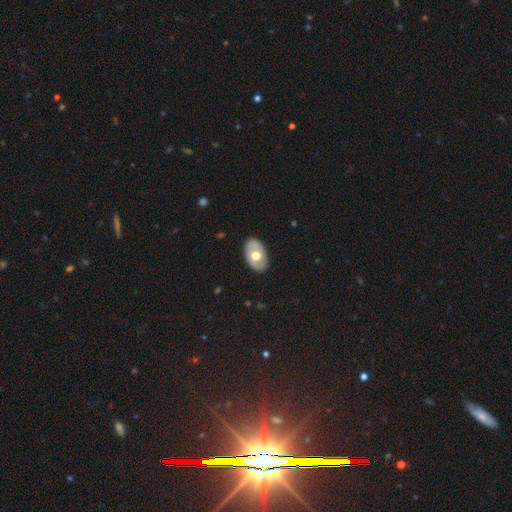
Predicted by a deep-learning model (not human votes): smooth_or_featured: smooth (p=0.48) [alt: featured or disk p=0.47]
merging: none (p=0.84) [alt: minor disturbance p=0.12]